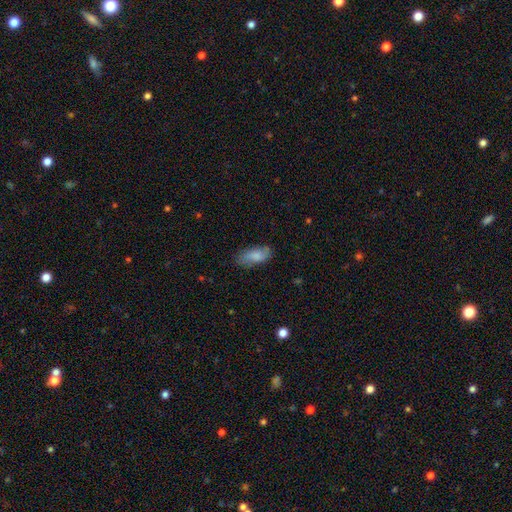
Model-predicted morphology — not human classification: smooth_or_featured: smooth (p=0.78) [alt: featured or disk p=0.16]
how_rounded: in between (p=0.85) [alt: cigar-shaped p=0.13]
merging: none (p=0.71) [alt: minor disturbance p=0.22]